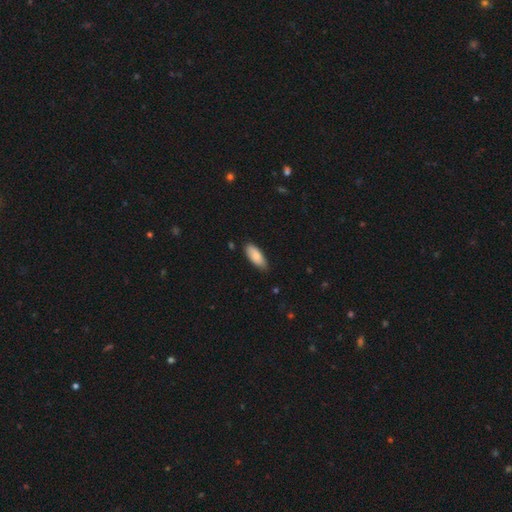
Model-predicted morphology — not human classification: type=smooth (82%); roundness=in between (82%); merging=none (81%).